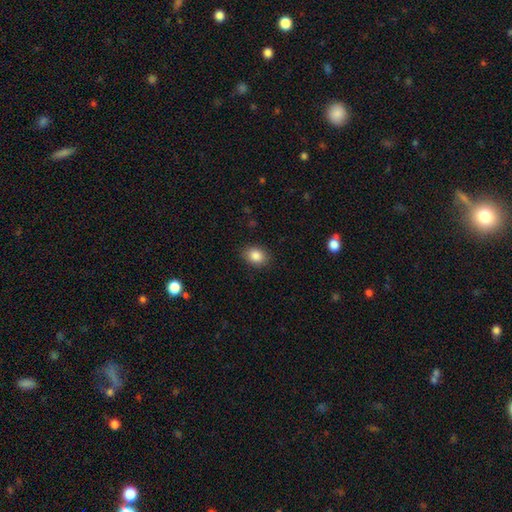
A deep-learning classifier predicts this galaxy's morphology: This appears to be a smooth galaxy with no disk features (86%) that is in between round and cigar-shaped (63%). Merging: none (87%).